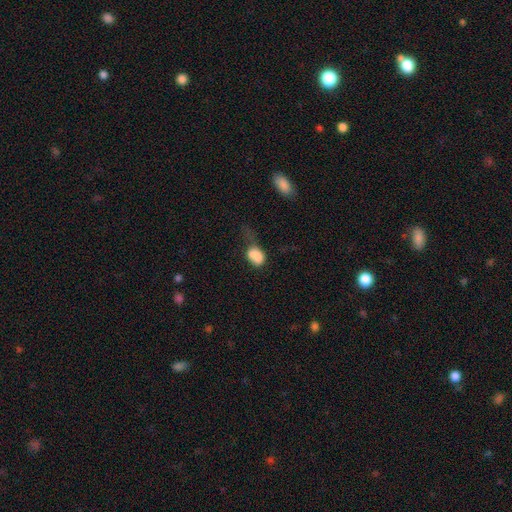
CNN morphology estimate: A smooth galaxy with no disk features (78%) that is in between round and cigar-shaped (69%). Merging: major disturbance (29%).